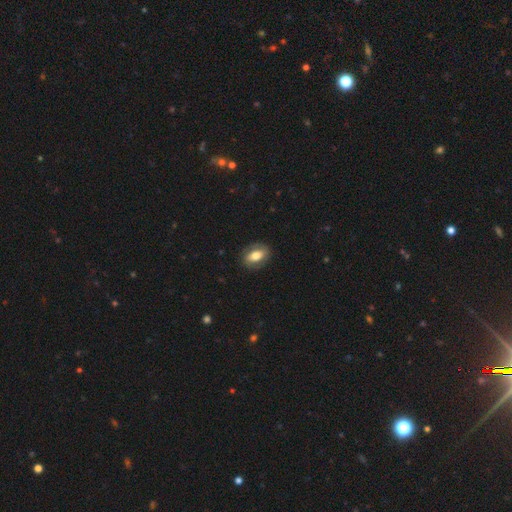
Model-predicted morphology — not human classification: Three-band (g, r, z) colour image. It shows a smooth galaxy with no disk features (59%) that is in between round and cigar-shaped (82%). Merging: none (81%).